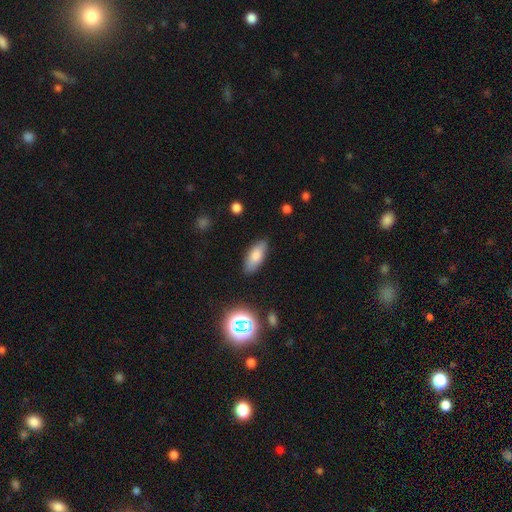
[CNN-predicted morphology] Smooth or featured? smooth (80%)
How rounded? in between (81%)
Merging? none (85%)